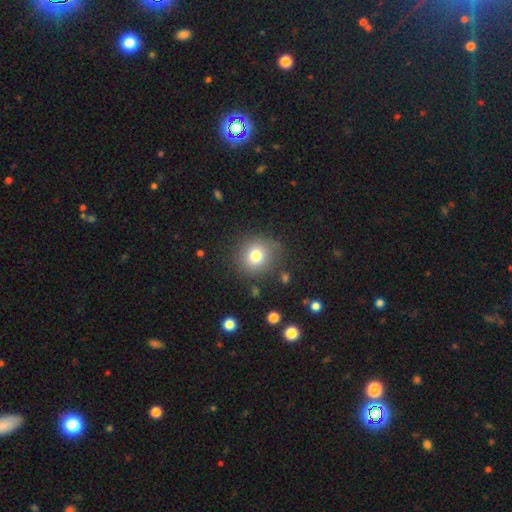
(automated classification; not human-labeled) smooth 77%, star or artifact 13%, featured or disk 10%. Down the decision tree: how rounded — round (87%); merging — none (82%).